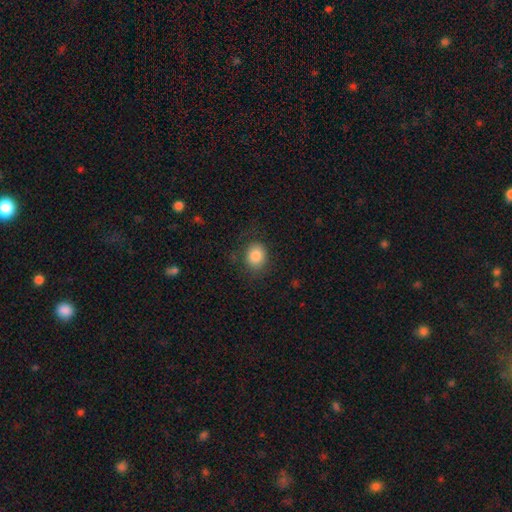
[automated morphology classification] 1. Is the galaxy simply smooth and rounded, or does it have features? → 85% smooth, 9% star or artifact, 7% featured or disk.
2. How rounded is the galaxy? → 63% round, 36% in between, 1% cigar-shaped.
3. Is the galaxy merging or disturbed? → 78% none, 14% minor disturbance, 7% major disturbance, 1% merger.